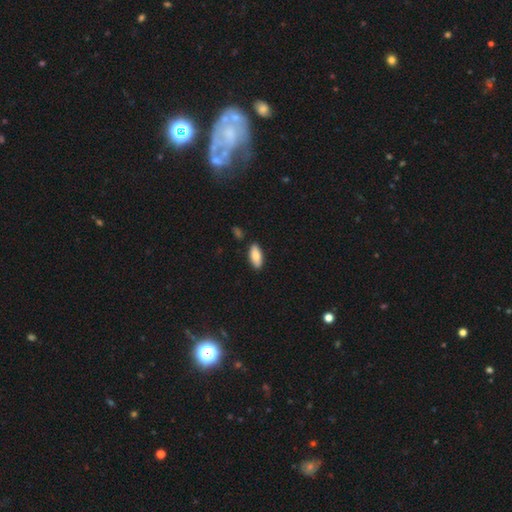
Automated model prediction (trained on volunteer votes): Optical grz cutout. It shows a smooth galaxy with no disk features (82%) that is in between round and cigar-shaped (81%). Merging: none (87%).